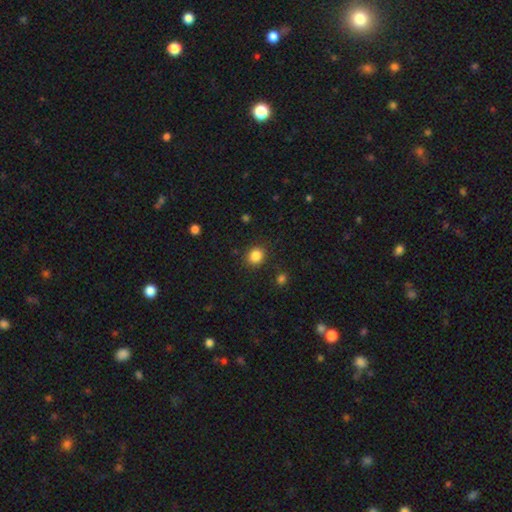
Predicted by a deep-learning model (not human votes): A smooth galaxy with no disk features (85%) that is round (77%).

Vote fractions:
- Smooth or featured? smooth: 85% / star or artifact: 11% / featured or disk: 4%
- How rounded? round: 77% / in between: 22% / cigar-shaped: 1%
- Merging? none: 88% / minor disturbance: 8% / major disturbance: 3% / merger: 2%